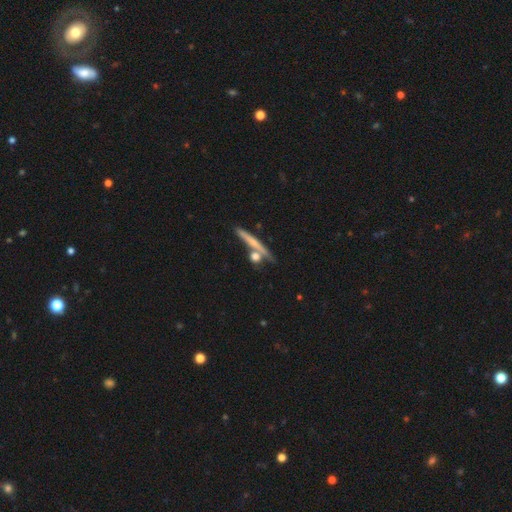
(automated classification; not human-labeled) This is possibly a smooth galaxy (56%). How rounded: possibly cigar-shaped (48%). Merging: likely none (64%).